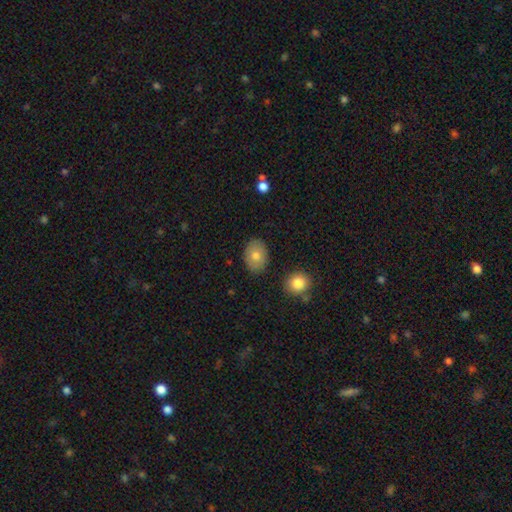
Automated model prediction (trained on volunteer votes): Overall: smooth (76%). How rounded: in between (74%). Merging: none (86%).